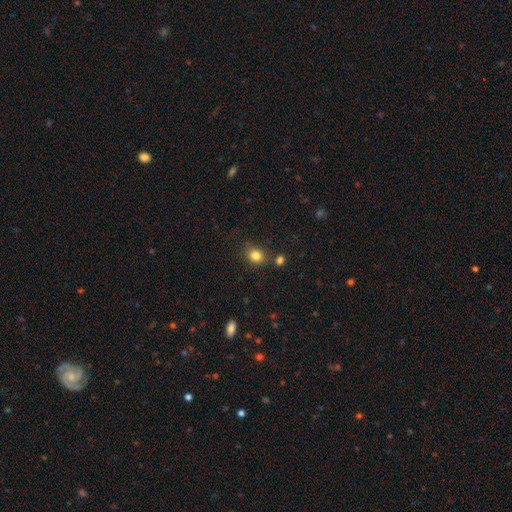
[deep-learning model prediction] Overall: smooth (83%). How rounded: round (64%; in between 35%). Merging: none (76%).